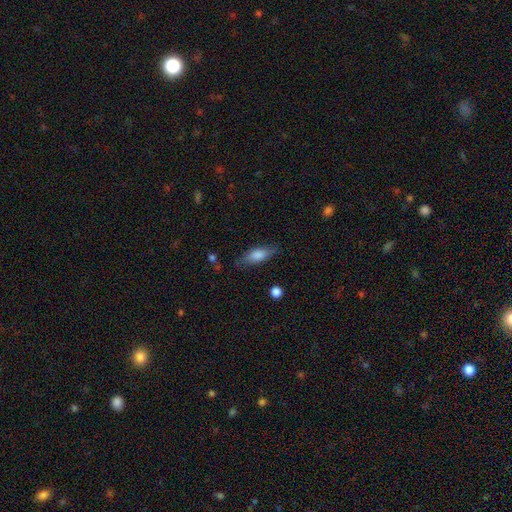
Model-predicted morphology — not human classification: This appears to be a smooth galaxy with no disk features (64%) that is in between round and cigar-shaped (59%). Merging: none (77%).